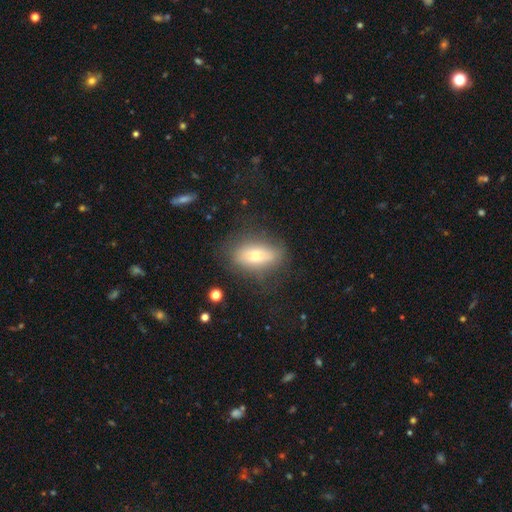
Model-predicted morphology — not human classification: Smooth or featured? smooth (56%)
How rounded? in between (77%)
Merging? none (71%)